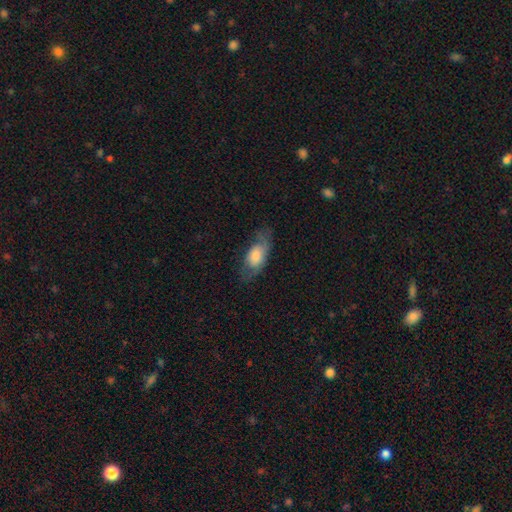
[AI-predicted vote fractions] Smooth or featured?
  - smooth: 60% *
  - featured or disk: 33%
  - star or artifact: 7%
How rounded?
  - in between: 83% *
  - cigar-shaped: 12%
  - round: 5%
Merging?
  - none: 60% *
  - minor disturbance: 24%
  - major disturbance: 14%
  - merger: 1%